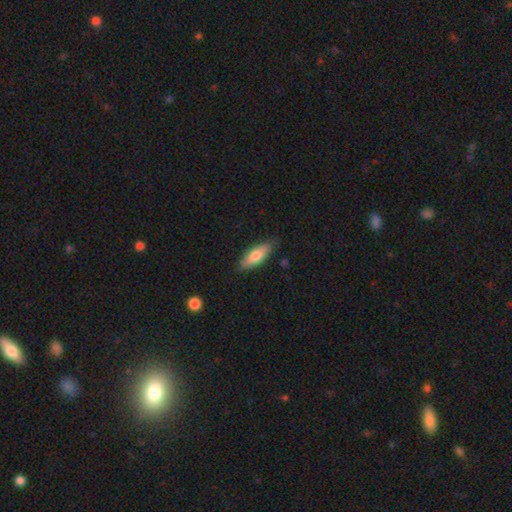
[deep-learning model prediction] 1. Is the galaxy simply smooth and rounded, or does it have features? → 70% smooth, 24% featured or disk, 6% star or artifact.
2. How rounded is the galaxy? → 59% in between, 39% cigar-shaped, 2% round.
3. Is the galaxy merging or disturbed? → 82% none, 15% minor disturbance, 2% major disturbance, 1% merger.